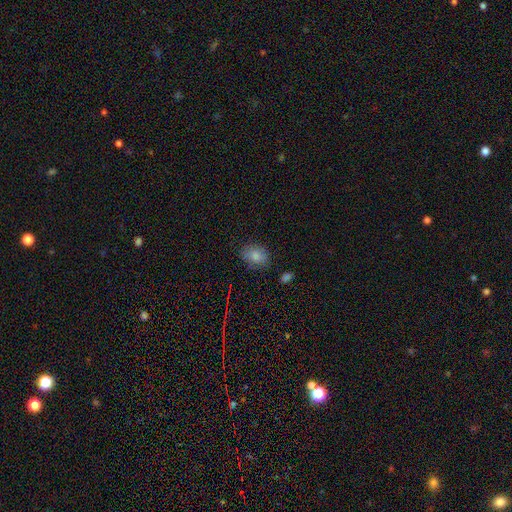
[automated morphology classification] Q: Smooth or featured?
A: smooth (82%); runner-up: star or artifact (10%)
Q: How rounded?
A: in between (72%); runner-up: round (27%)
Q: Merging?
A: none (77%); runner-up: minor disturbance (17%)